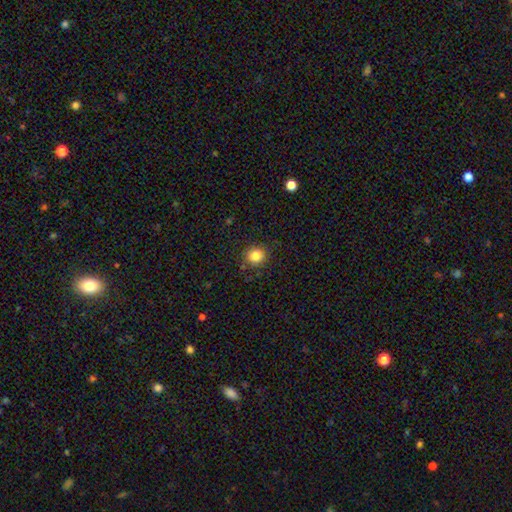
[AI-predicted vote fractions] Smooth or featured: smooth — 83% (star or artifact — 11%)
How rounded: round — 84% (in between — 15%)
Merging: none — 86% (minor disturbance — 9%)